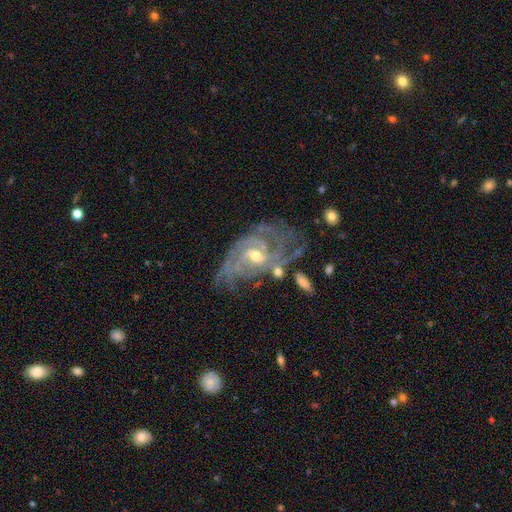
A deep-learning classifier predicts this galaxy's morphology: type=featured or disk (89%); edge-on=no (96%); bar=no (50%); spiral arms=yes (96%); winding=tight (56%); arm count=can't tell (29%); bulge=moderate (51%); merging=none (49%).